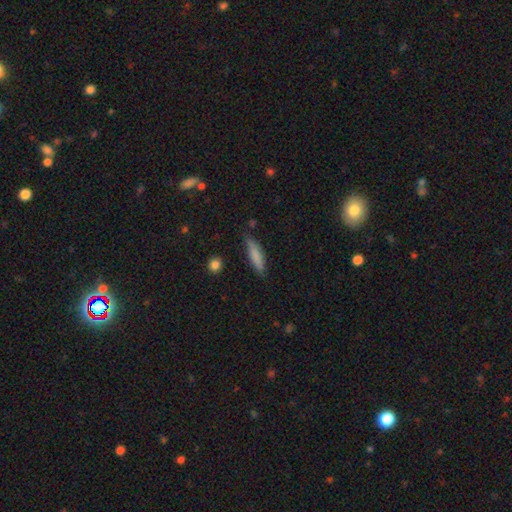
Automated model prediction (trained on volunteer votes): smooth_or_featured: smooth (p=0.81) [alt: featured or disk p=0.13]
how_rounded: cigar-shaped (p=0.75) [alt: in between p=0.23]
merging: none (p=0.78) [alt: minor disturbance p=0.17]